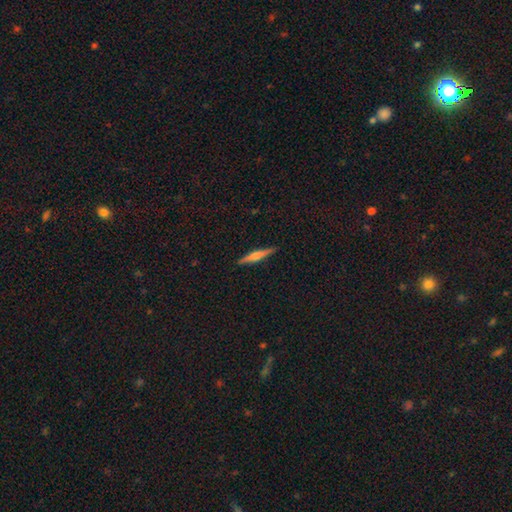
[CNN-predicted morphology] featured or disk 59%, smooth 35%, star or artifact 6%. Down the decision tree: edge-on disk — yes (98%); edge-on bulge — rounded (74%); merging — none (91%).